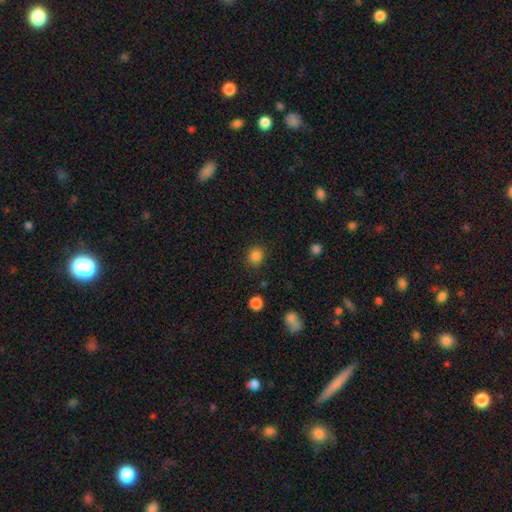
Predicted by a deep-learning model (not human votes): This appears to be a smooth galaxy with no disk features (85%) that is round (85%). Merging: none (87%).